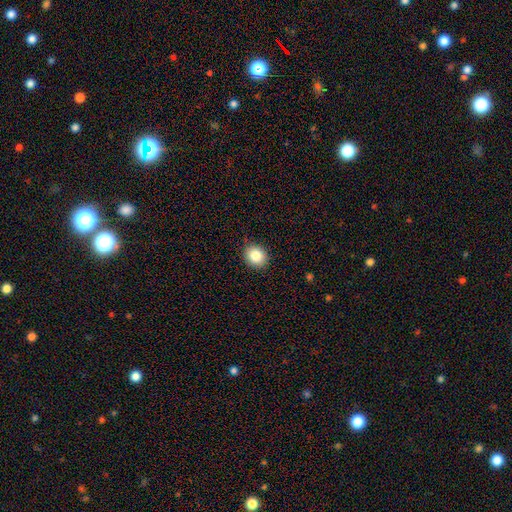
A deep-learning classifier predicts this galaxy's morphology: Smooth or featured? smooth (84%)
How rounded? round (71%)
Merging? none (86%)